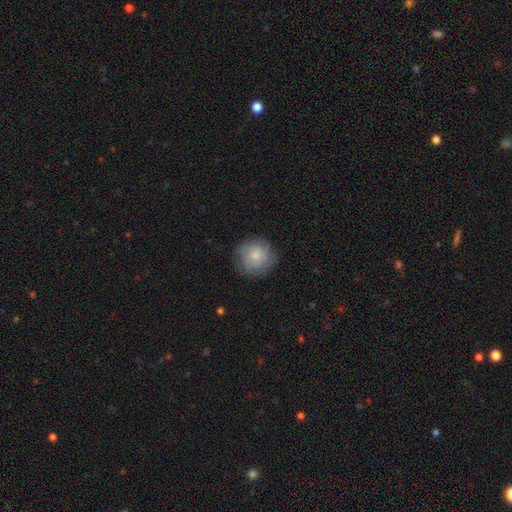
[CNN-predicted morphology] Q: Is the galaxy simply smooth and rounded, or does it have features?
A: smooth — 55%.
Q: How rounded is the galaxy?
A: round — 91%.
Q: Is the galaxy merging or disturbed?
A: none — 78%.